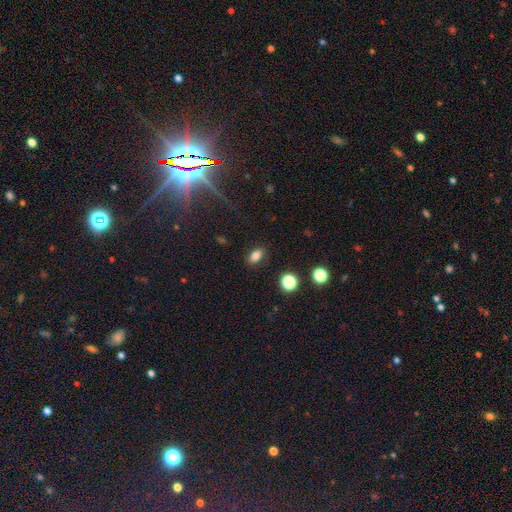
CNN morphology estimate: The model was most divided on "smooth or featured": smooth: 79%, star or artifact: 13%, featured or disk: 7%. More confident: merging — none (86%); how rounded — in between (85%).